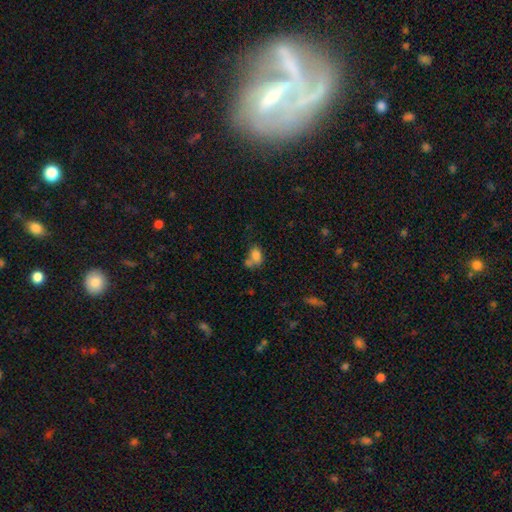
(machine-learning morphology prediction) This appears to be a smooth galaxy with no disk features (78%) that is in between round and cigar-shaped (79%). Merging: merger (39%).